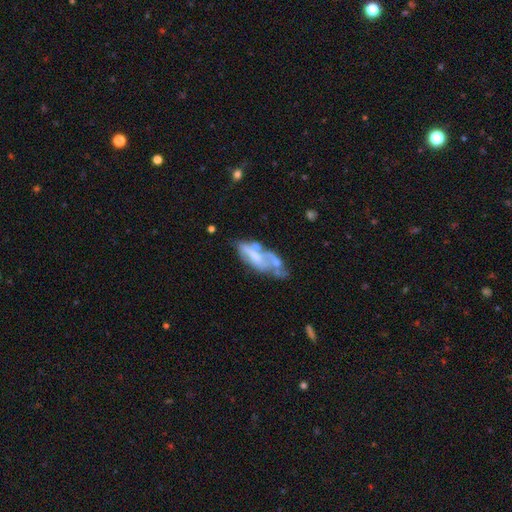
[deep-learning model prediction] featured or disk 59%, smooth 32%, star or artifact 9%. Down the decision tree: edge-on disk — no (89%); bar — no (65%); spiral arms — no (73%); bulge size — none (36%); merging — none (28%).